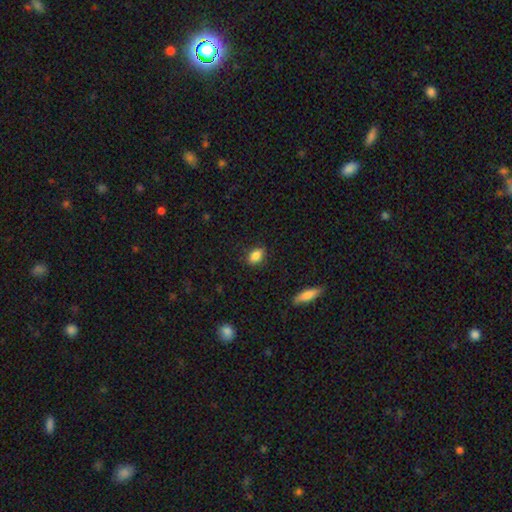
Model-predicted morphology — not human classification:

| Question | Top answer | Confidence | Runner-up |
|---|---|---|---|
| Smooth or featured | smooth | 86% | star or artifact (9%) |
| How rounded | in between | 82% | round (15%) |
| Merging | none | 85% | minor disturbance (12%) |